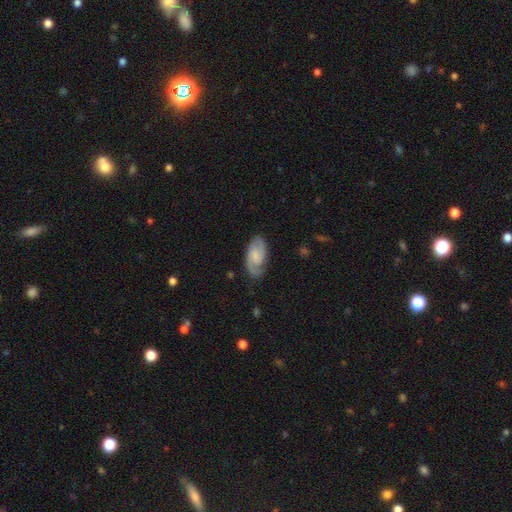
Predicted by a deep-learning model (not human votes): A featured or disk galaxy (68%) with no bar (55%), 2 (79%) medium (46%) spiral arms (94%) and a small central bulge (39%). Merging: none (75%).